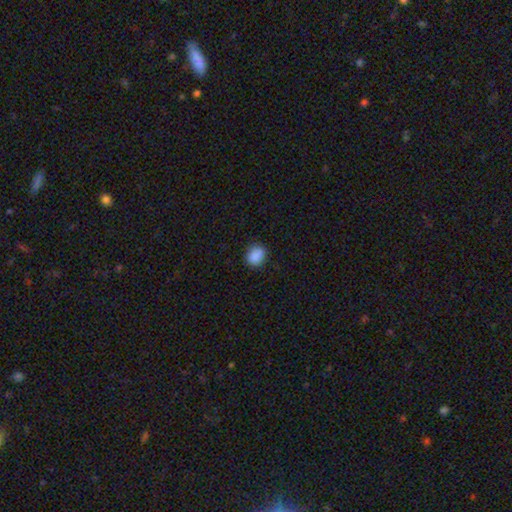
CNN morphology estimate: smooth 88%, star or artifact 9%, featured or disk 3%. Down the decision tree: how rounded — round (55%); merging — none (83%).